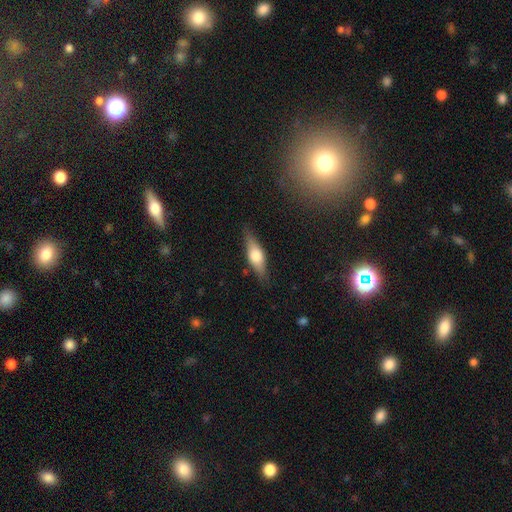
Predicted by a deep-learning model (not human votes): Morphology: type=smooth (50%); roundness=in between (54%); merging=none (80%).